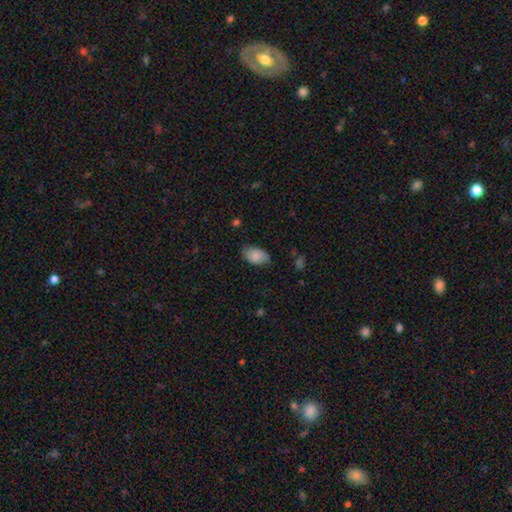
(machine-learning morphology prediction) A smooth galaxy with no disk features (81%) that is in between round and cigar-shaped (93%). Merging: none (71%).